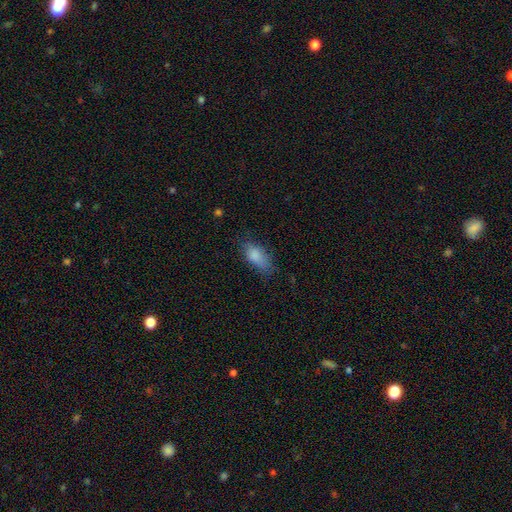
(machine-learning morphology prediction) Overall: smooth (83%). How rounded: in between (86%). Merging: none (60%; minor disturbance 28%).